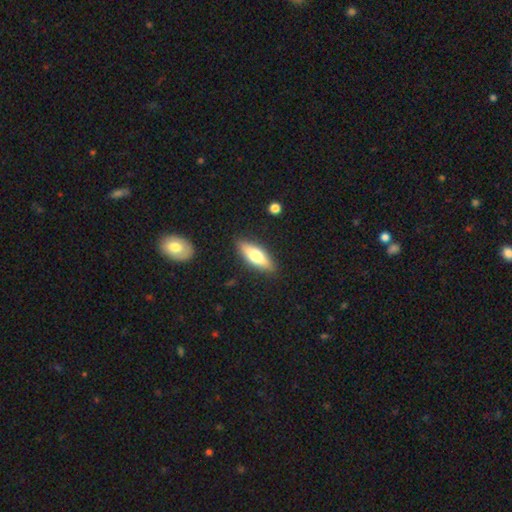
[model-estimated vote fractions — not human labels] Smooth or featured? smooth (64%)
How rounded? in between (61%)
Merging? none (87%)